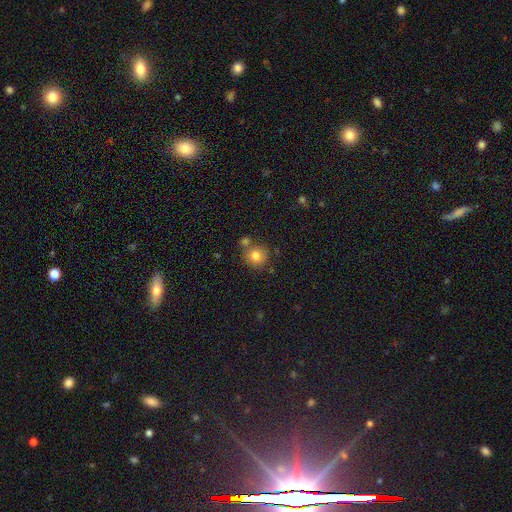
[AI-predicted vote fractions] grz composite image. It shows a smooth galaxy with no disk features (81%) that is round (89%). Merging: none (67%).